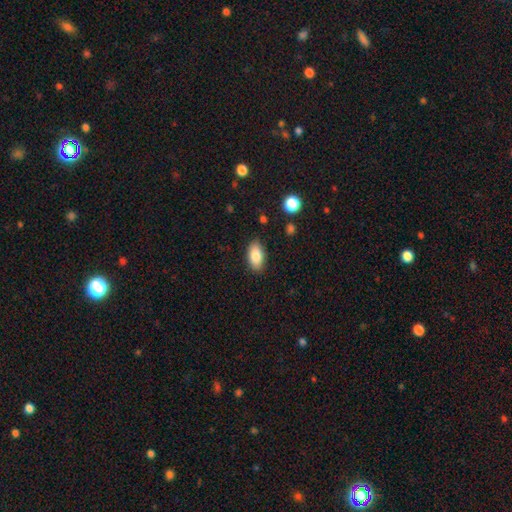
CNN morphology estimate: Q: Smooth or featured?
A: smooth (84%); runner-up: featured or disk (8%)
Q: How rounded?
A: in between (91%); runner-up: cigar-shaped (5%)
Q: Merging?
A: none (86%); runner-up: minor disturbance (10%)